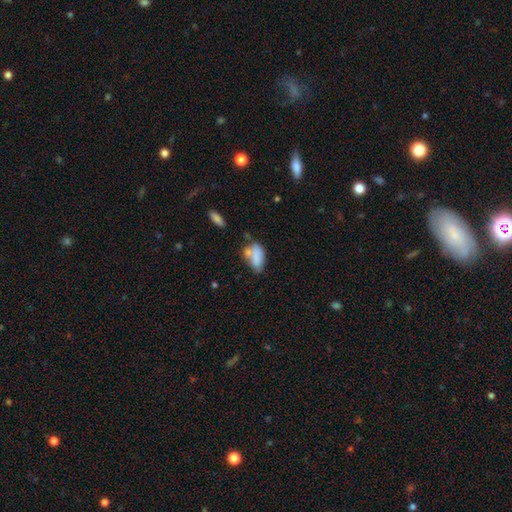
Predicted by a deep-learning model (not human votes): A smooth galaxy with no disk features (76%) that is in between round and cigar-shaped (89%). Merging: none (37%).